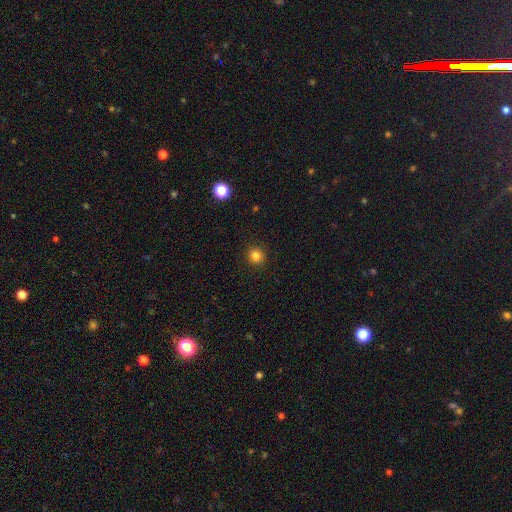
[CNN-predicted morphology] The model was most divided on "smooth or featured": smooth: 84%, star or artifact: 13%, featured or disk: 4%. More confident: how rounded — round (94%); merging — none (92%).